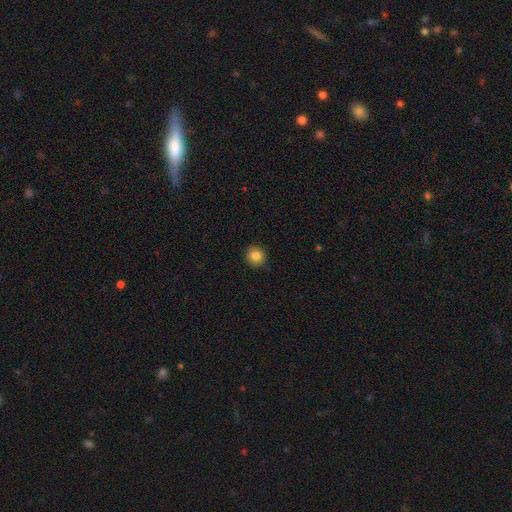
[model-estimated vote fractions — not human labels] Smooth or featured?
  - smooth: 83% *
  - star or artifact: 10%
  - featured or disk: 7%
How rounded?
  - round: 93% *
  - in between: 6%
  - cigar-shaped: 1%
Merging?
  - none: 92% *
  - minor disturbance: 6%
  - major disturbance: 2%
  - merger: 1%